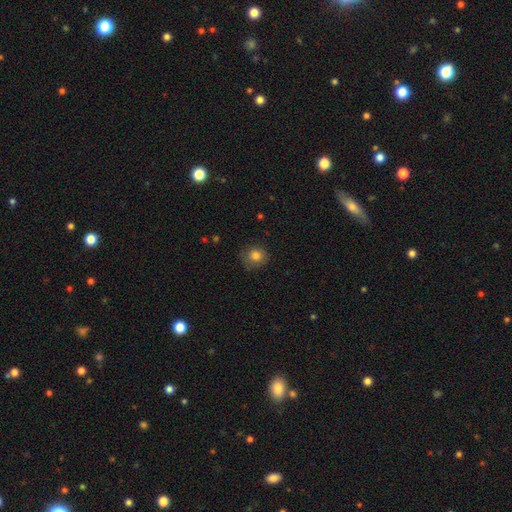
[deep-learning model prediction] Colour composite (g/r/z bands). It shows a smooth galaxy with no disk features (81%) that is round (84%). Merging: none (77%).